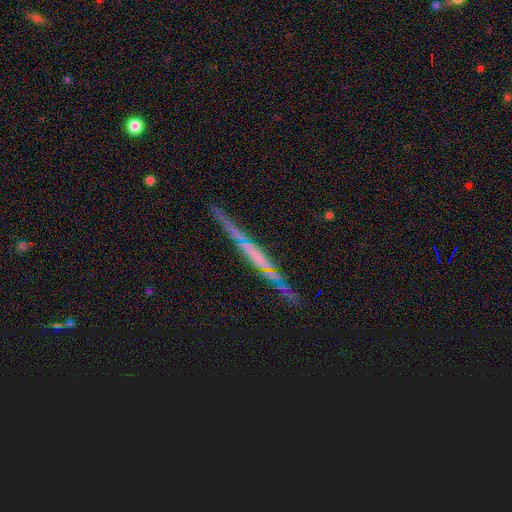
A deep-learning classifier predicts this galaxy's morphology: A featured or disk galaxy (65%) viewed edge-on (93%) with no central bulge (67%).

Vote fractions:
- Smooth or featured? featured or disk: 65% / smooth: 22% / star or artifact: 13%
- Edge-on disk? yes: 93% / no: 7%
- Edge-on bulge? none: 67% / boxy: 18% / rounded: 15%
- Merging? none: 83% / minor disturbance: 12% / major disturbance: 3% / merger: 2%